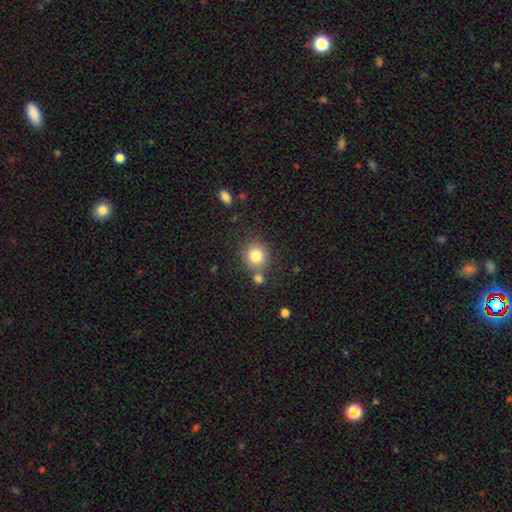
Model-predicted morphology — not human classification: A smooth galaxy with no disk features (81%) that is round (88%).

Vote fractions:
- Smooth or featured? smooth: 81% / star or artifact: 11% / featured or disk: 8%
- How rounded? round: 88% / in between: 11% / cigar-shaped: 1%
- Merging? none: 69% / merger: 17% / minor disturbance: 10% / major disturbance: 4%